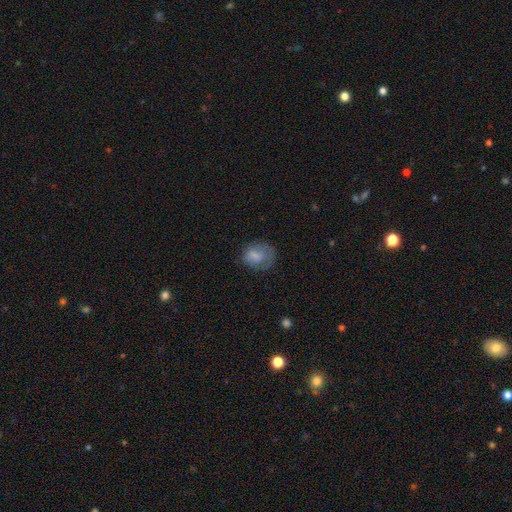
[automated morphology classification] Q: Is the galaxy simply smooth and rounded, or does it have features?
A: smooth — 71%.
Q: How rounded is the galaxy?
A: round — 56%.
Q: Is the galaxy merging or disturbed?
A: none — 53%.